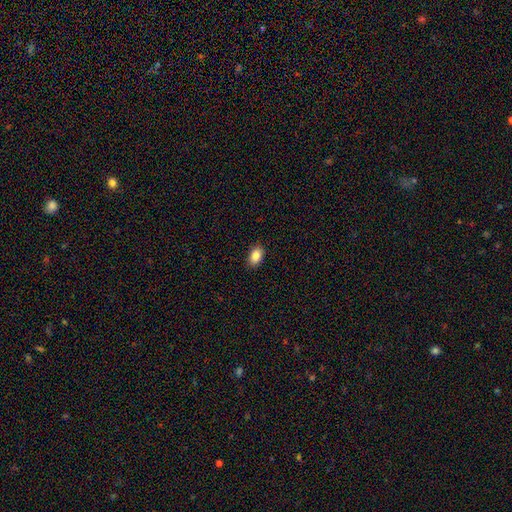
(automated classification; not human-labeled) smooth_or_featured: smooth (p=0.86) [alt: star or artifact p=0.08]
how_rounded: in between (p=0.89) [alt: round p=0.09]
merging: none (p=0.90) [alt: minor disturbance p=0.08]